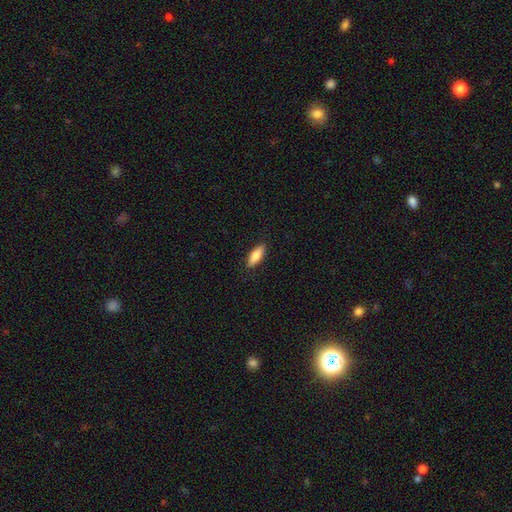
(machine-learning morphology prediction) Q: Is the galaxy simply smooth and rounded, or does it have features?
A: smooth — 82%.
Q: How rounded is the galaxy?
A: in between — 63%.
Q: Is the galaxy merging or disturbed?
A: none — 89%.